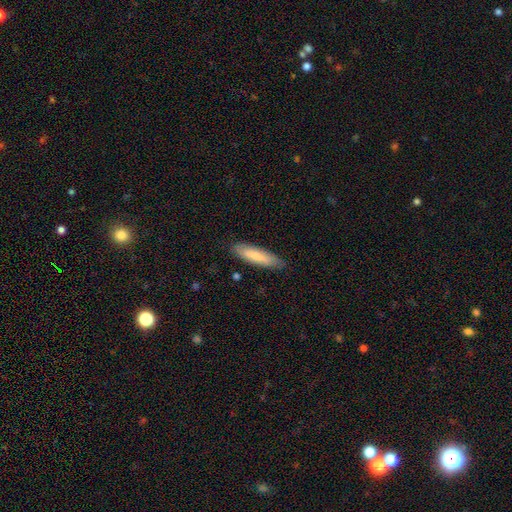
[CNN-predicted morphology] This is likely a smooth galaxy (73%). How rounded: likely cigar-shaped (69%). Merging: clearly none (85%).